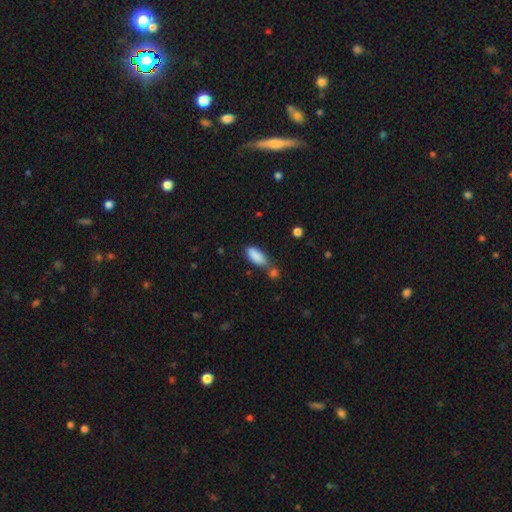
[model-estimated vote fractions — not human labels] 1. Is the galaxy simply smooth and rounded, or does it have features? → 88% smooth, 7% star or artifact, 5% featured or disk.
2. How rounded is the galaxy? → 80% in between, 17% cigar-shaped, 2% round.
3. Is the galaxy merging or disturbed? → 57% none, 21% merger, 18% minor disturbance, 5% major disturbance.